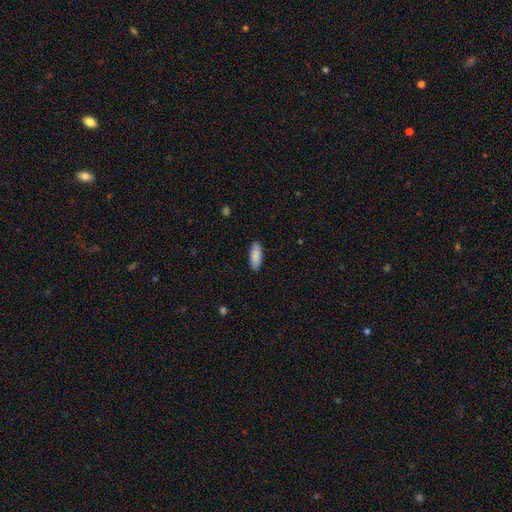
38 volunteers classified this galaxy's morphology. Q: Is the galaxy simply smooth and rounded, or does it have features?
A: smooth — 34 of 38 (89%).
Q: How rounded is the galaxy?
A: cigar-shaped — 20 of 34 (59%).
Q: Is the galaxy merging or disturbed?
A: none — 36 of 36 (100%).